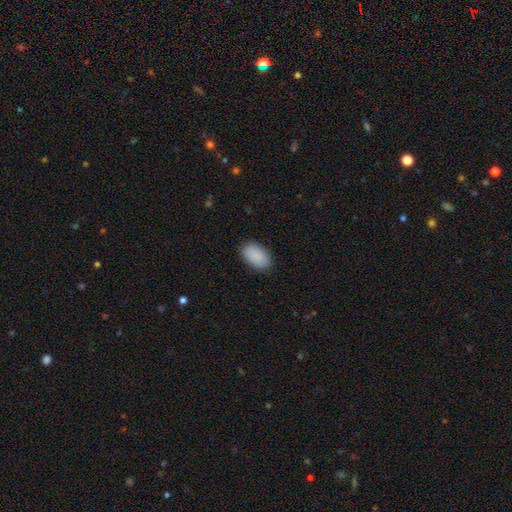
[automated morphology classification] A smooth galaxy with no disk features (91%) that is in between round and cigar-shaped (94%). Merging: none (88%).